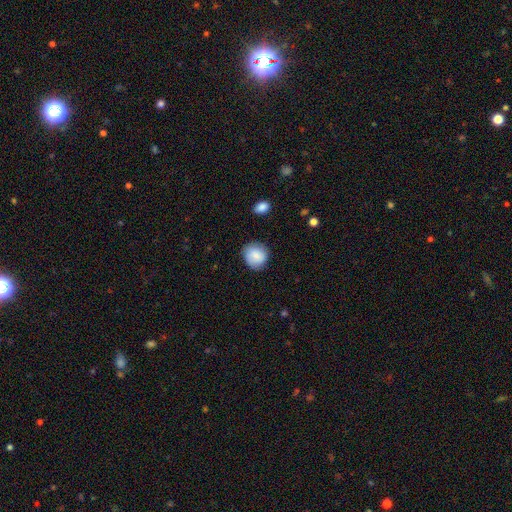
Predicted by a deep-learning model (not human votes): Smooth or featured? smooth (83%)
How rounded? round (85%)
Merging? none (79%)